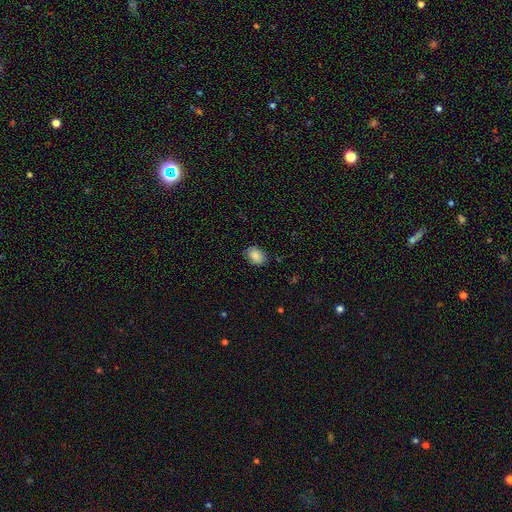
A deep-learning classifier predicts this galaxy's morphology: Smooth or featured? Predicted: smooth (p=0.85). How rounded? Predicted: in between (p=0.75). Merging? Predicted: none (p=0.82).